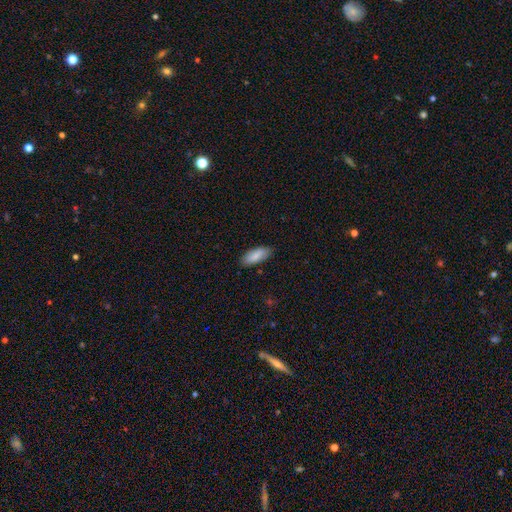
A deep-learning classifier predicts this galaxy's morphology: Q: Smooth or featured?
A: smooth (86%); runner-up: featured or disk (8%)
Q: How rounded?
A: in between (78%); runner-up: cigar-shaped (21%)
Q: Merging?
A: none (86%); runner-up: minor disturbance (11%)